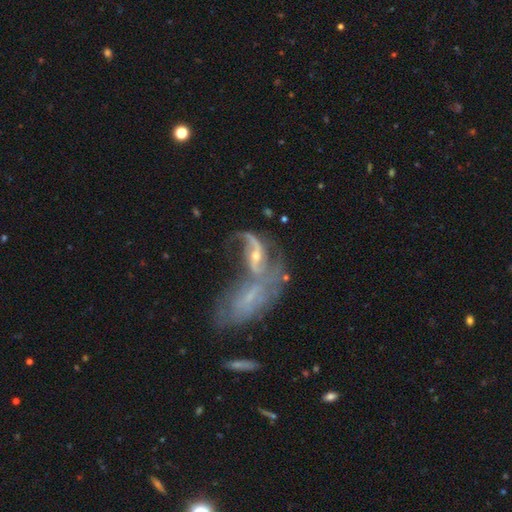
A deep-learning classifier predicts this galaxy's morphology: The model was most divided on "bar": weak: 37%, strong: 34%, no: 29%. Remaining: edge-on disk — no (95%); spiral arms — yes (91%); smooth or featured — featured or disk (84%); spiral arm count — 2 (79%); spiral winding — loose (72%); merging — merger (58%); bulge size — moderate (48%).